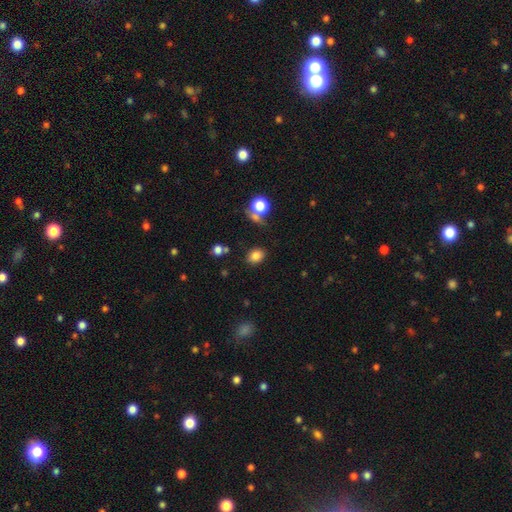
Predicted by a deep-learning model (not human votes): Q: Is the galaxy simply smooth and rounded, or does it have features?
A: smooth — 82%.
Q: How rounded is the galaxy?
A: in between — 63%.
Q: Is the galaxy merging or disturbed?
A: none — 82%.